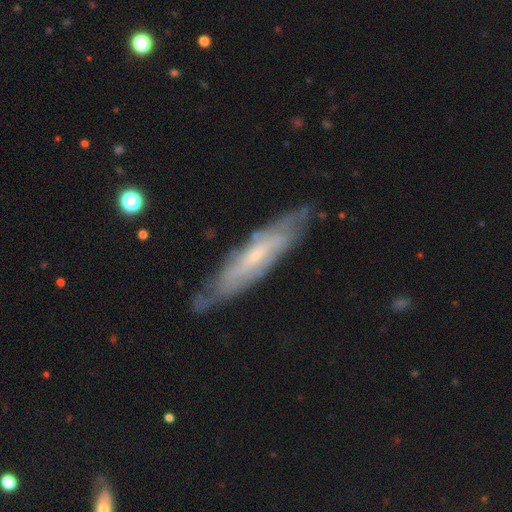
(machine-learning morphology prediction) This appears to be a featured or disk galaxy (67%). Merging: none (75%).